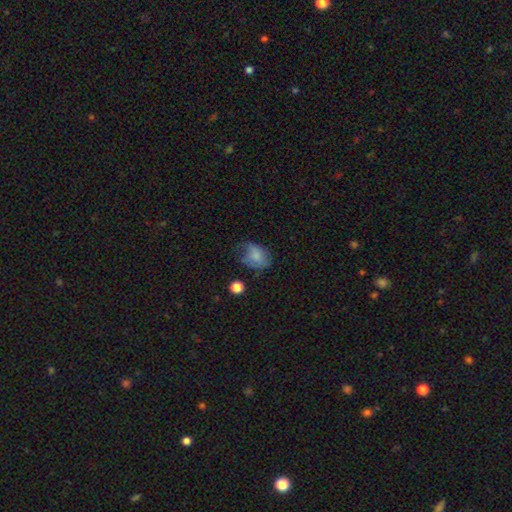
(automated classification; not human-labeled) Smooth or featured? smooth (70%)
How rounded? in between (63%)
Merging? none (35%)